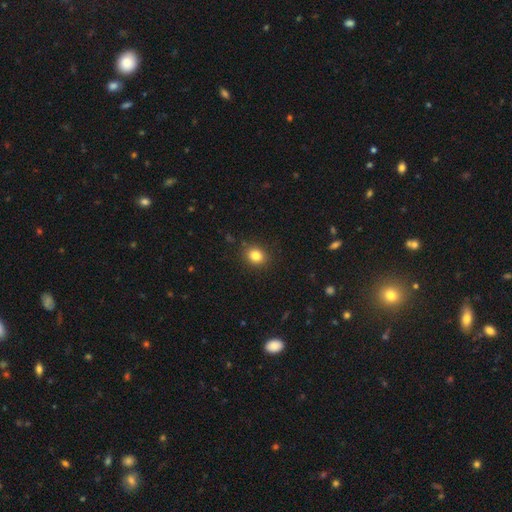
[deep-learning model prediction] Smooth or featured: smooth — 83% (star or artifact — 12%)
How rounded: round — 70% (in between — 29%)
Merging: none — 88% (minor disturbance — 8%)